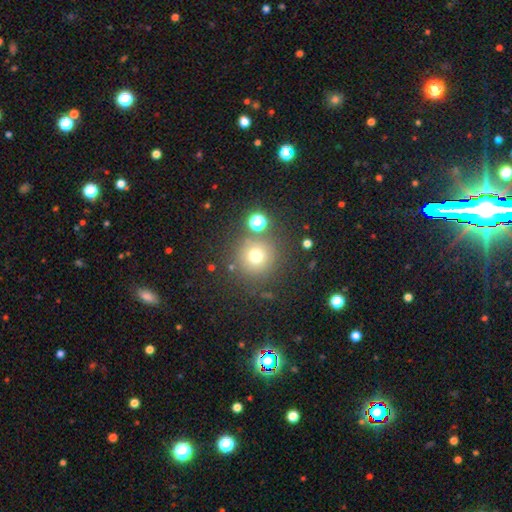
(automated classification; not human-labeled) A smooth galaxy with no disk features (70%) that is round (95%). Merging: none (80%).